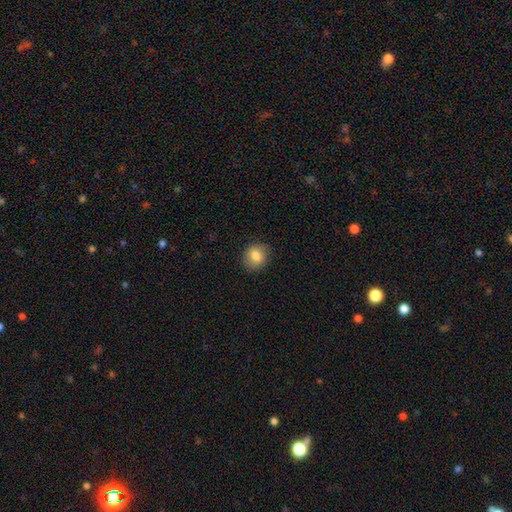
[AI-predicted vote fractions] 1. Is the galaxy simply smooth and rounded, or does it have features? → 82% smooth, 9% featured or disk, 9% star or artifact.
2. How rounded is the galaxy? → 73% round, 26% in between, 1% cigar-shaped.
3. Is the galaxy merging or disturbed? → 86% none, 11% minor disturbance, 3% major disturbance, 1% merger.